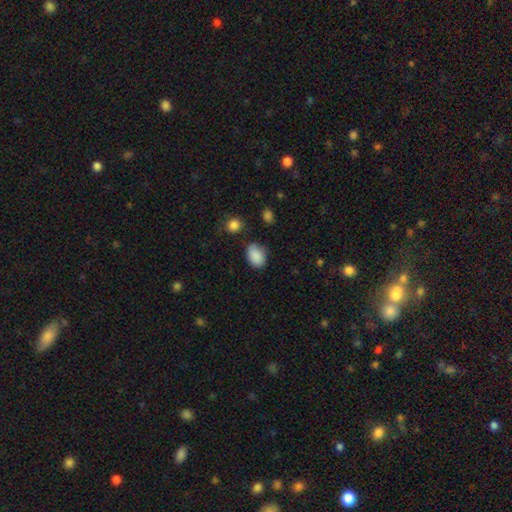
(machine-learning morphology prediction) Overall: smooth (88%). How rounded: in between (79%). Merging: none (70%).